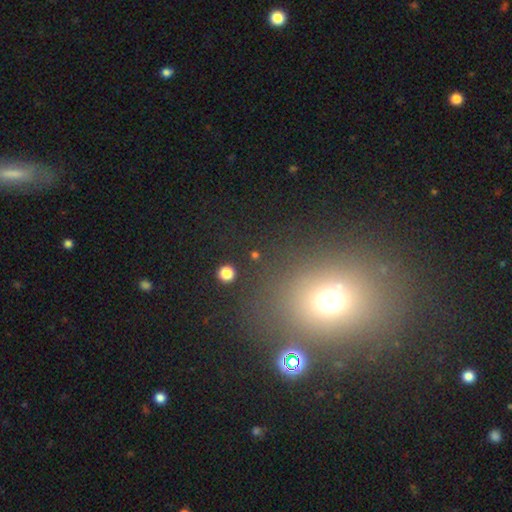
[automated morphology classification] Q: Smooth or featured?
A: smooth (48%); runner-up: star or artifact (41%)
Q: Merging?
A: none (81%); runner-up: minor disturbance (8%)